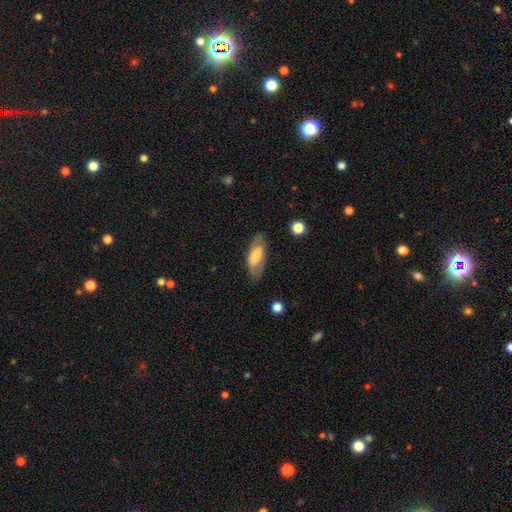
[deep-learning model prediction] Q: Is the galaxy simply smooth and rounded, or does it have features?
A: smooth — 53%.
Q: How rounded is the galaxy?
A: in between — 79%.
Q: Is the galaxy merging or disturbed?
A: none — 74%.